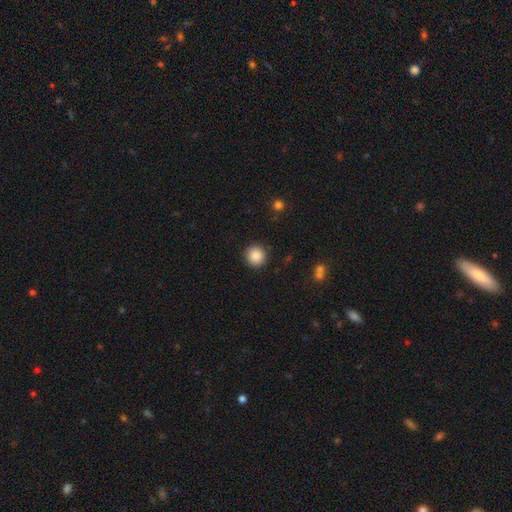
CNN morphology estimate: Smooth or featured? smooth (88%)
How rounded? round (94%)
Merging? none (91%)